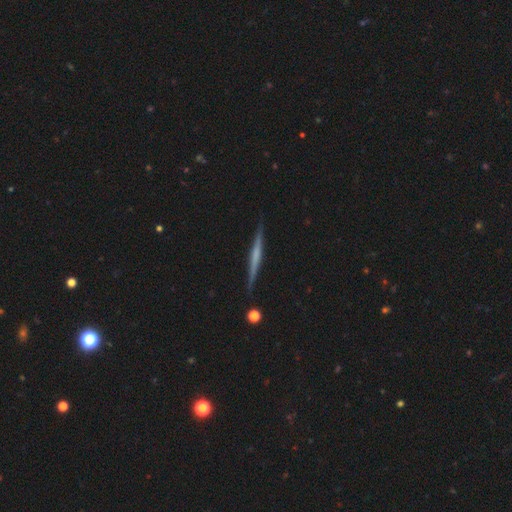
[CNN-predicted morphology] Smooth or featured? featured or disk (62%)
Edge-on disk? yes (98%)
Edge-on bulge? none (64%)
Merging? none (90%)